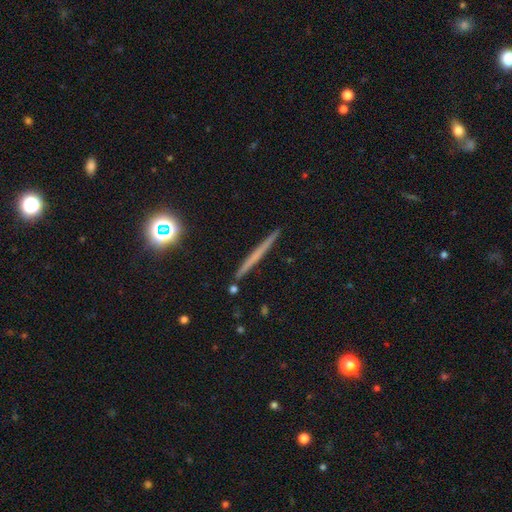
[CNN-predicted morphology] Q: Smooth or featured?
A: featured or disk (48%); runner-up: smooth (40%)
Q: Merging?
A: none (91%); runner-up: minor disturbance (6%)